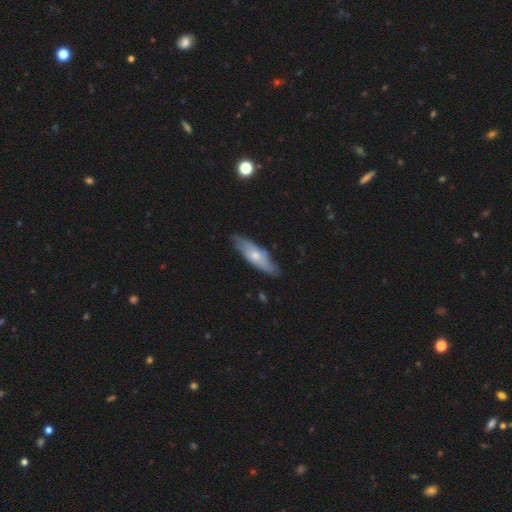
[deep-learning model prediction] Q: Smooth or featured?
A: smooth (50%); runner-up: featured or disk (44%)
Q: How rounded?
A: cigar-shaped (55%); runner-up: in between (43%)
Q: Merging?
A: none (78%); runner-up: minor disturbance (18%)